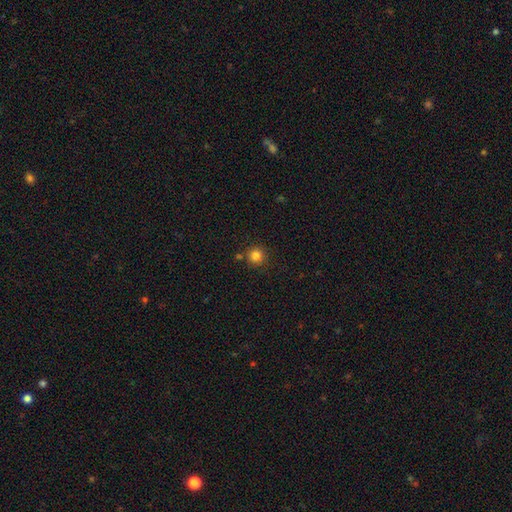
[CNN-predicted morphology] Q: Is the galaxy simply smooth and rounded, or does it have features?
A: smooth — 83%.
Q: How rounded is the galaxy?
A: round — 94%.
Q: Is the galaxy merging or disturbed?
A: none — 82%.